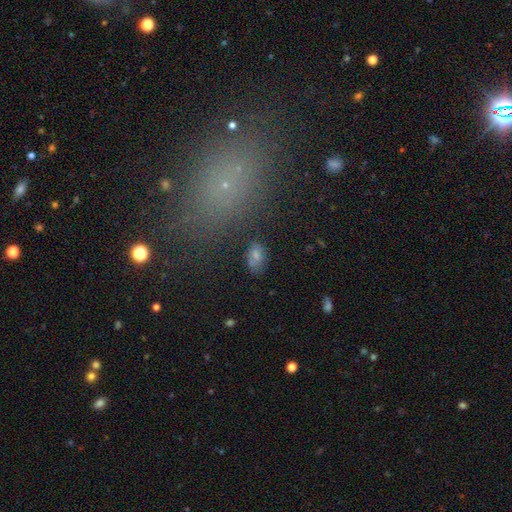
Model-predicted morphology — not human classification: This appears to be a smooth galaxy with no disk features (67%) that is in between round and cigar-shaped (88%). Merging: none (64%).